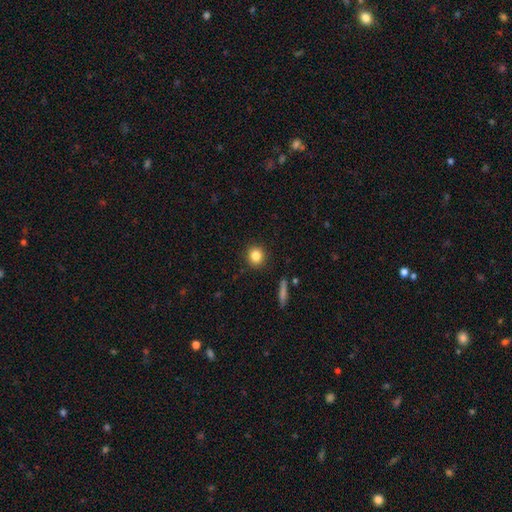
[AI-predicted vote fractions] The model was most divided on "smooth or featured": smooth: 84%, star or artifact: 10%, featured or disk: 6%. More confident: merging — none (90%); how rounded — round (87%).